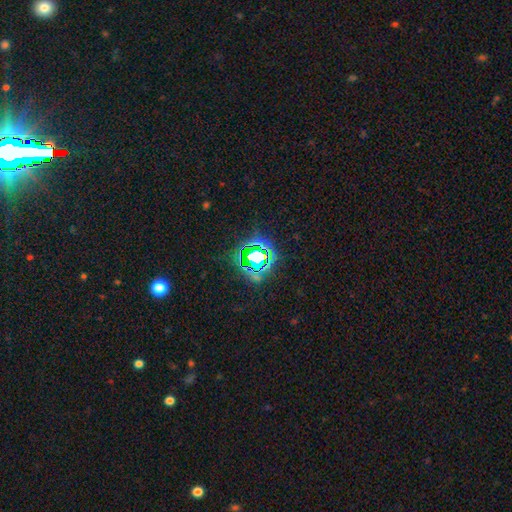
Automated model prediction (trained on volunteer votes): Q: Smooth or featured?
A: star or artifact (71%); runner-up: smooth (17%)